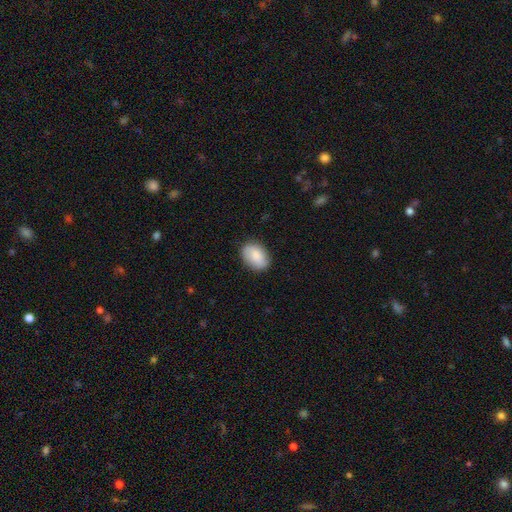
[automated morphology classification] The model was most divided on "how rounded": in between: 78%, round: 21%, cigar-shaped: 1%. More confident: merging — none (84%); smooth or featured — smooth (79%).